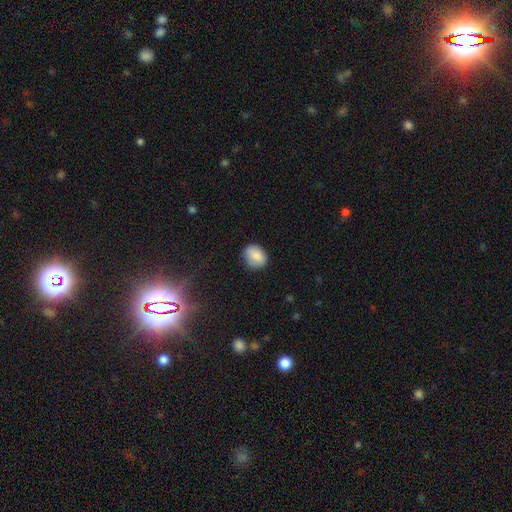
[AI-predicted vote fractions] smooth_or_featured: smooth (p=0.85) [alt: star or artifact p=0.08]
how_rounded: round (p=0.51) [alt: in between p=0.48]
merging: none (p=0.79) [alt: minor disturbance p=0.17]